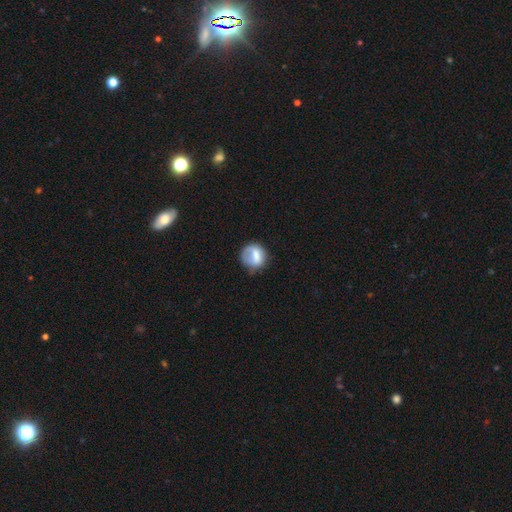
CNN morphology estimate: type=smooth (69%); roundness=round (77%); merging=none (51%).